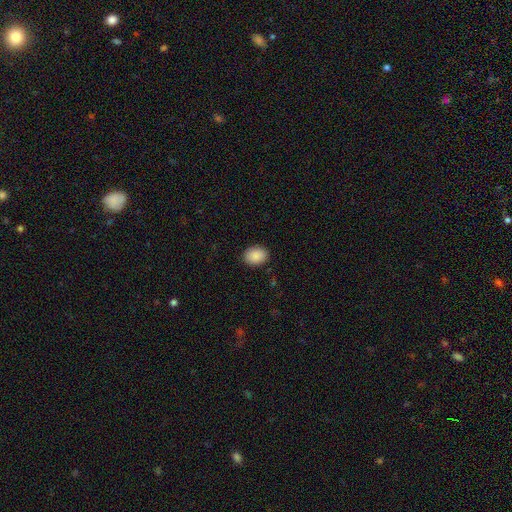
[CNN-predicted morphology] smooth_or_featured: smooth (p=0.90) [alt: star or artifact p=0.07]
how_rounded: in between (p=0.65) [alt: round p=0.34]
merging: none (p=0.89) [alt: minor disturbance p=0.08]